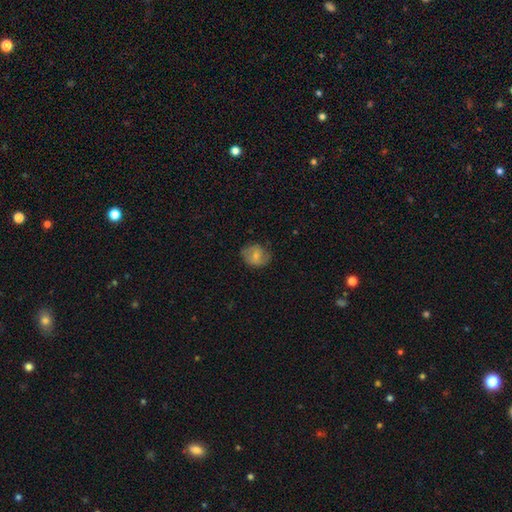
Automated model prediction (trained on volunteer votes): Overall: smooth (61%; featured or disk 32%). How rounded: round (61%; in between 38%). Merging: none (66%).